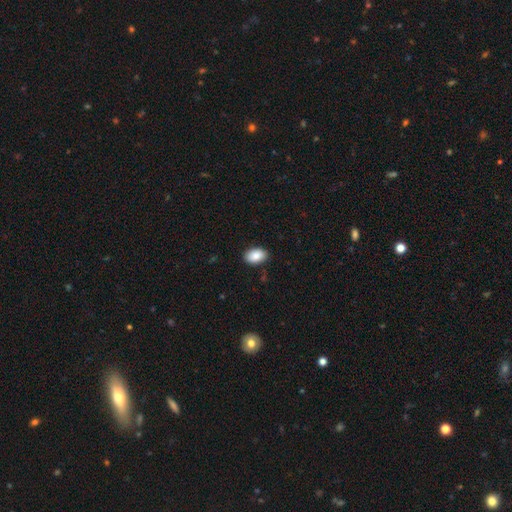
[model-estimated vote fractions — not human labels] Smooth or featured? Predicted: smooth (p=0.87). How rounded? Predicted: in between (p=0.90). Merging? Predicted: none (p=0.88).